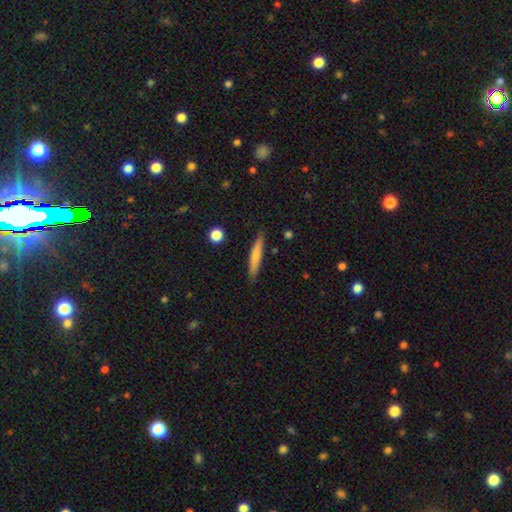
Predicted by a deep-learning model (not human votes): This is likely a smooth galaxy (67%). How rounded: clearly cigar-shaped (92%). Merging: clearly none (87%).